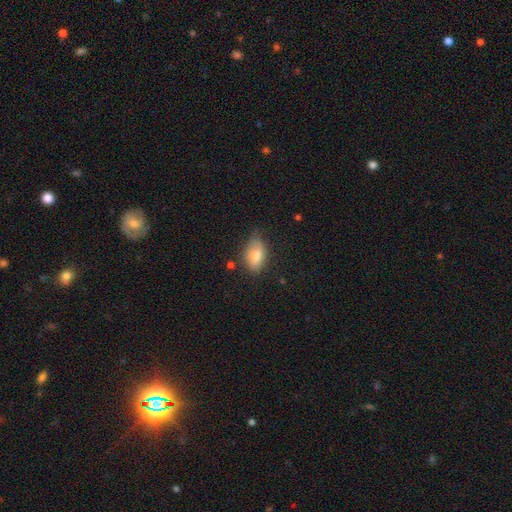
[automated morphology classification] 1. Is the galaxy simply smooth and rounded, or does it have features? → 78% smooth, 14% featured or disk, 8% star or artifact.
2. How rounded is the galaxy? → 90% in between, 7% round, 3% cigar-shaped.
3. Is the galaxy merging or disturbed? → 60% none, 31% minor disturbance, 6% major disturbance, 3% merger.